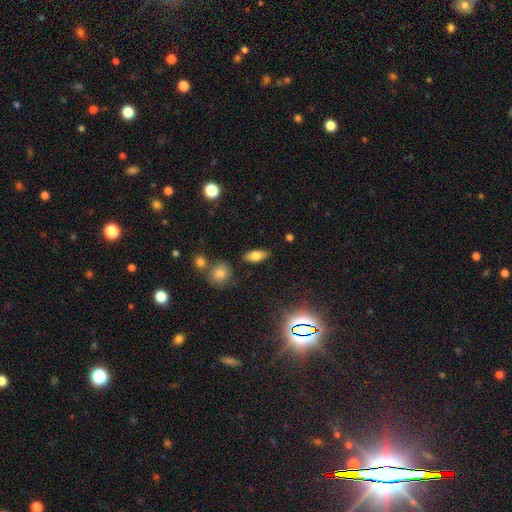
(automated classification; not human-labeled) A smooth galaxy with no disk features (75%) that is in between round and cigar-shaped (84%). Merging: none (85%).